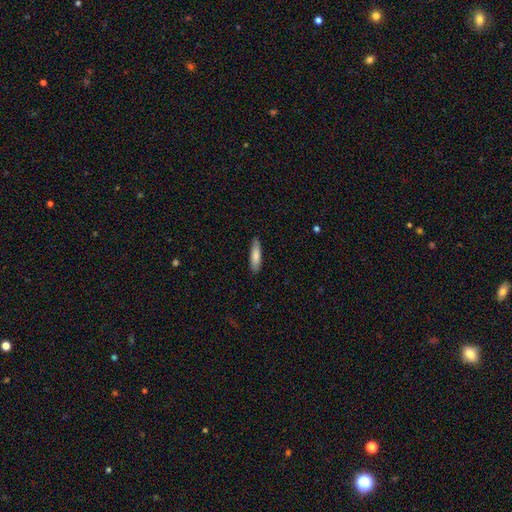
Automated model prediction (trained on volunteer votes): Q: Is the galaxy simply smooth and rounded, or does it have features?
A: smooth — 81%.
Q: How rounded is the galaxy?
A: cigar-shaped — 70%.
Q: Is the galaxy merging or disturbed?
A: none — 86%.